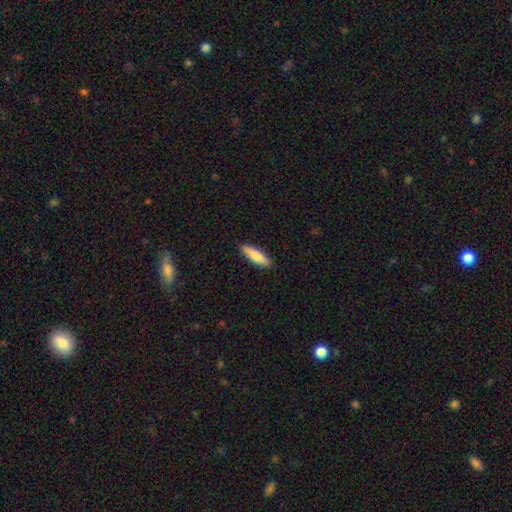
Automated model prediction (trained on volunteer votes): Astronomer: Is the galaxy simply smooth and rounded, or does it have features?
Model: smooth — 83%.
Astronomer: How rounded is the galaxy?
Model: cigar-shaped — 62%.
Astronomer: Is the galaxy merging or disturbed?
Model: none — 89%.